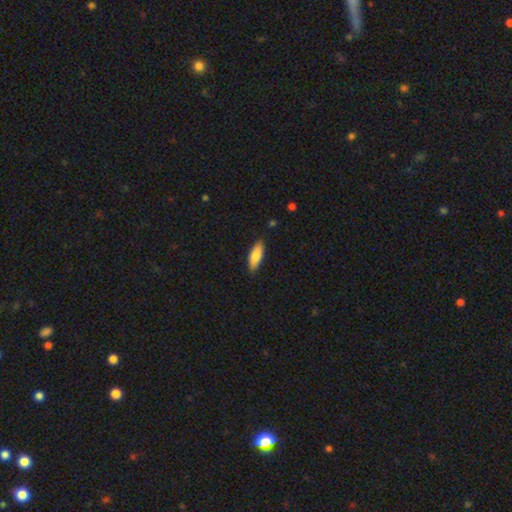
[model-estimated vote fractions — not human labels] Smooth or featured? Predicted: smooth (p=0.83). How rounded? Predicted: in between (p=0.67). Merging? Predicted: none (p=0.86).